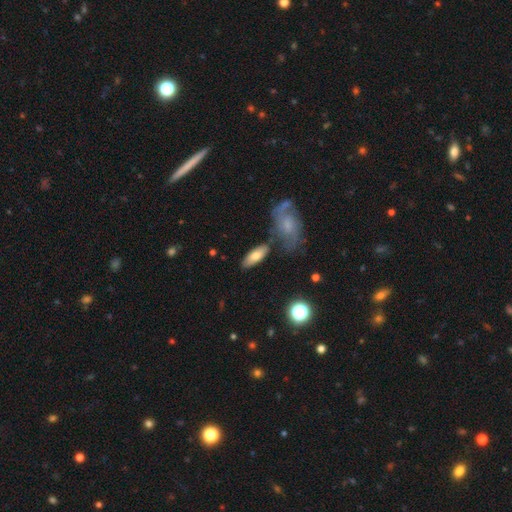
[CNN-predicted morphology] Overall: smooth (72%). How rounded: in between (75%). Merging: none (73%).